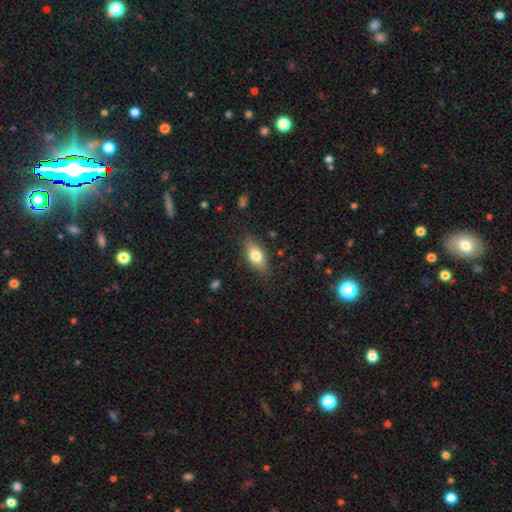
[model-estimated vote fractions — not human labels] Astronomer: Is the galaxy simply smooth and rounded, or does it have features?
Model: smooth — 74%.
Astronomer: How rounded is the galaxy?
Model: in between — 83%.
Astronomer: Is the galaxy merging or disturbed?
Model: none — 82%.